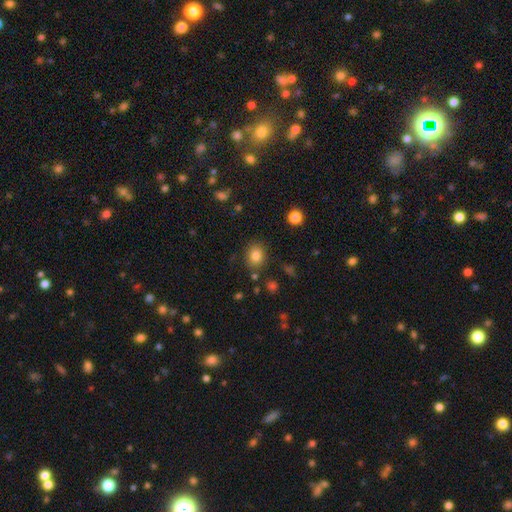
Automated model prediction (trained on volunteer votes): Smooth or featured? Predicted: smooth (p=0.83). How rounded? Predicted: round (p=0.59). Merging? Predicted: none (p=0.82).